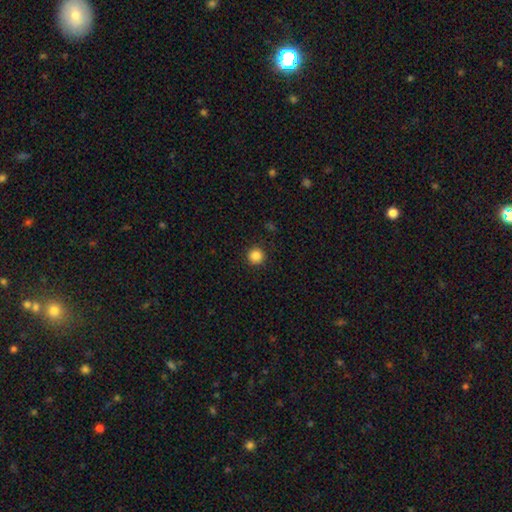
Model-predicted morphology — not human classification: smooth_or_featured: smooth (p=0.85) [alt: star or artifact p=0.11]
how_rounded: round (p=0.95) [alt: in between p=0.04]
merging: none (p=0.91) [alt: minor disturbance p=0.06]